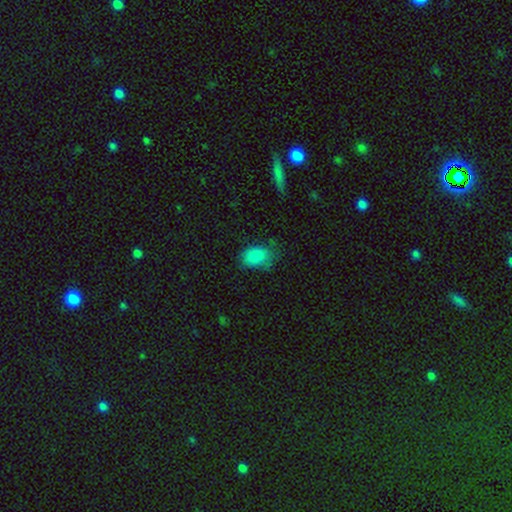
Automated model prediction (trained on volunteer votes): Smooth or featured: smooth — 84% (star or artifact — 10%)
How rounded: in between — 83% (round — 15%)
Merging: none — 59% (minor disturbance — 29%)